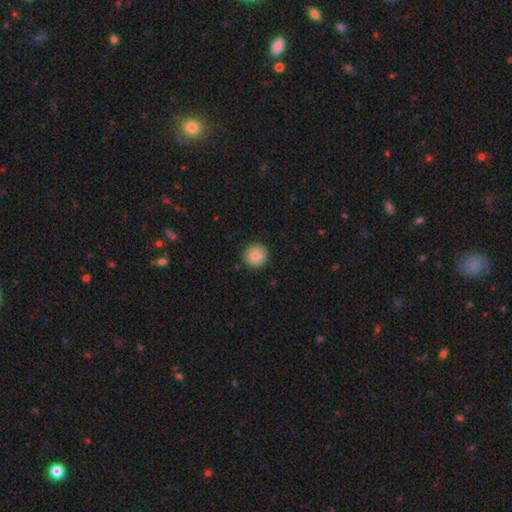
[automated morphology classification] Smooth or featured: smooth — 80% (featured or disk — 11%)
How rounded: round — 93% (in between — 6%)
Merging: none — 85% (minor disturbance — 10%)